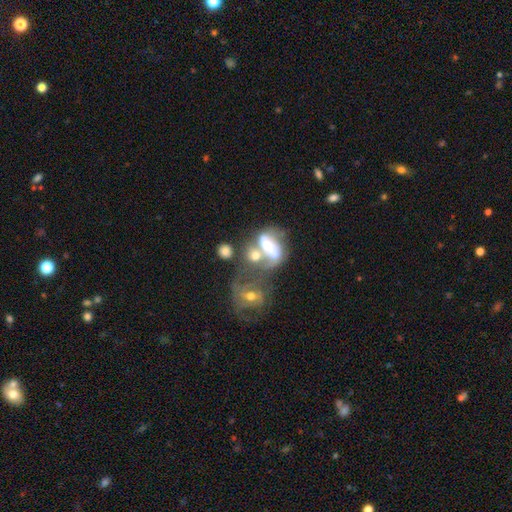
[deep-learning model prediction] A featured or disk galaxy (43%). Merging: merger (53%).